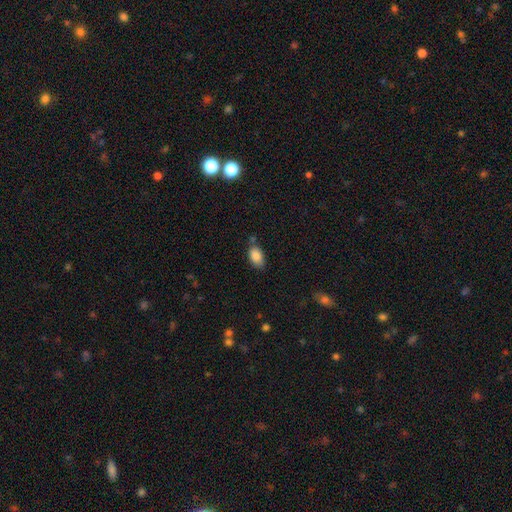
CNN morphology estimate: smooth_or_featured: smooth (p=0.87) [alt: star or artifact p=0.08]
how_rounded: in between (p=0.91) [alt: round p=0.07]
merging: none (p=0.65) [alt: minor disturbance p=0.21]